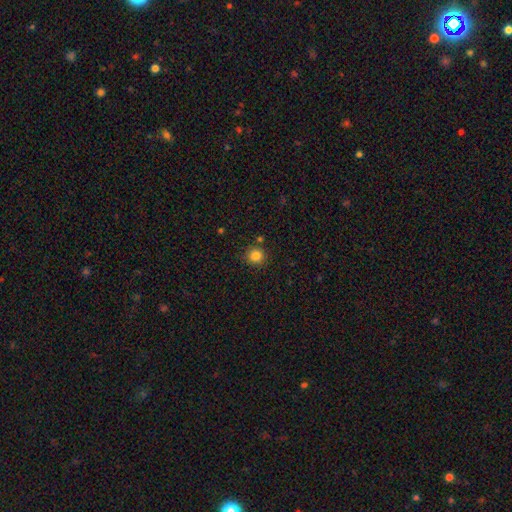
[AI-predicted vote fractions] This appears to be a smooth galaxy with no disk features (84%) that is round (92%). Merging: none (86%).